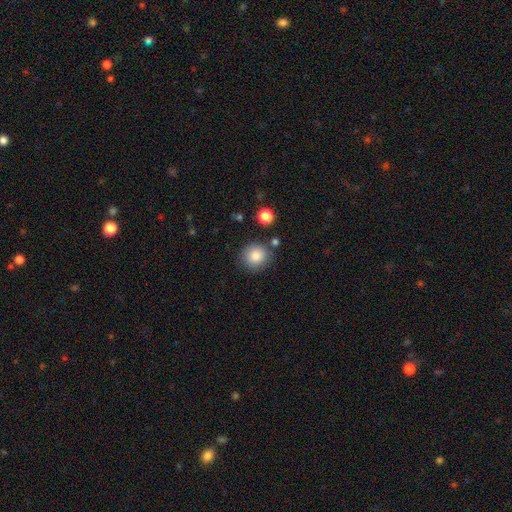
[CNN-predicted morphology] Smooth or featured? smooth (85%)
How rounded? round (91%)
Merging? none (82%)